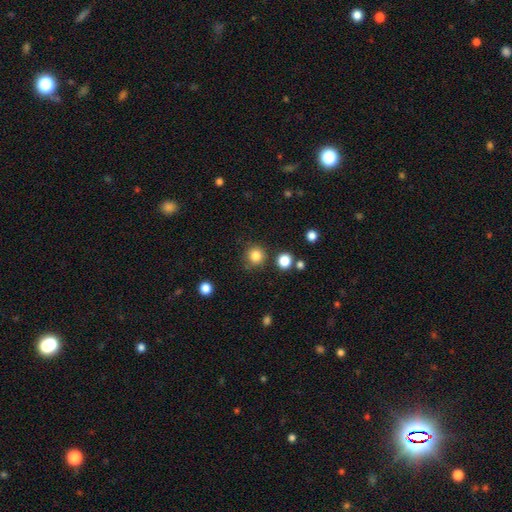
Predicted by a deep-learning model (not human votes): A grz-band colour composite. It shows a smooth galaxy with no disk features (83%) that is round (93%). Merging: none (83%).